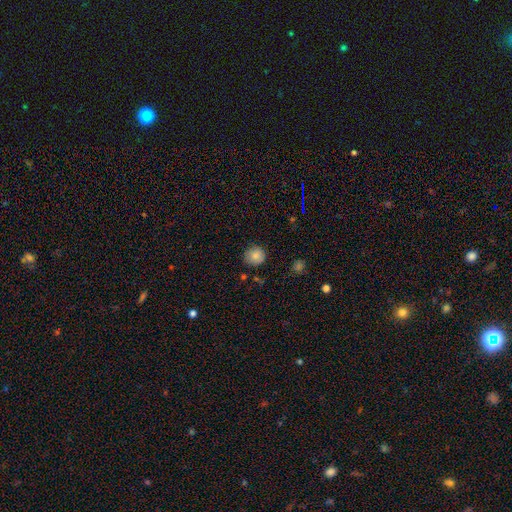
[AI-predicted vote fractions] This is clearly a smooth galaxy (83%). How rounded: clearly round (92%). Merging: clearly none (84%).